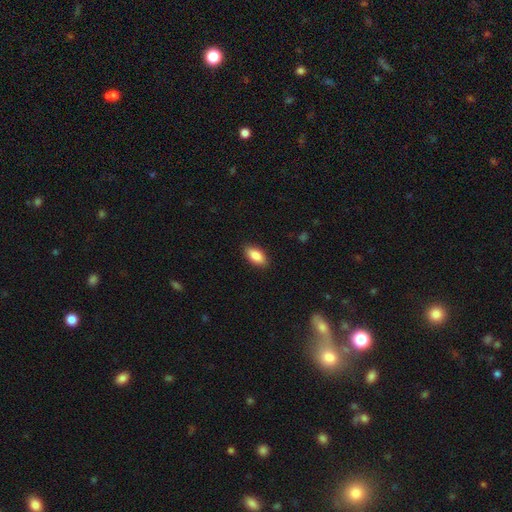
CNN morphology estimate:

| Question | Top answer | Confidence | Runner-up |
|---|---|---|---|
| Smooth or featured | smooth | 88% | star or artifact (6%) |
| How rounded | in between | 92% | cigar-shaped (6%) |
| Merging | none | 88% | minor disturbance (9%) |